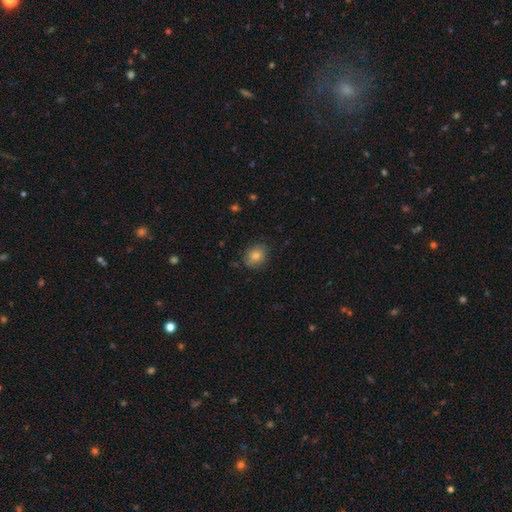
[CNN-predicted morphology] The model was most divided on "how rounded": round: 63%, in between: 36%, cigar-shaped: 1%. More confident: smooth or featured — smooth (82%); merging — none (80%).